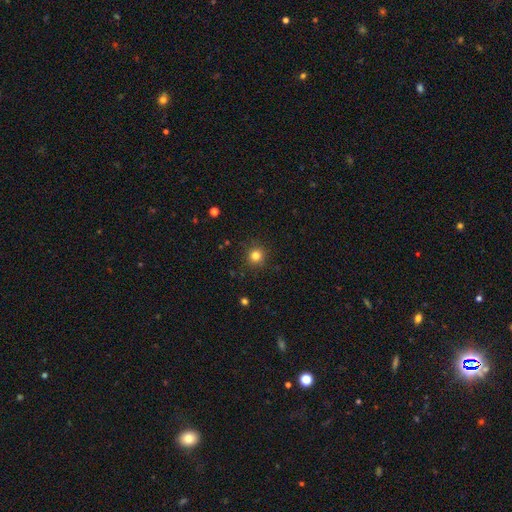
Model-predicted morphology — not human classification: Overall: smooth (82%). How rounded: round (94%). Merging: none (90%).